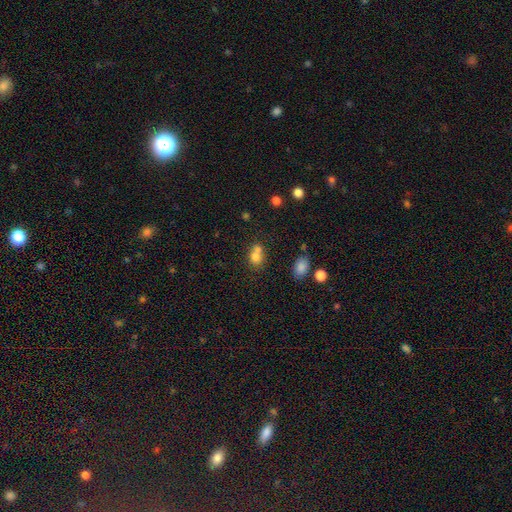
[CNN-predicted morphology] A smooth galaxy with no disk features (75%) that is in between round and cigar-shaped (52%). Merging: merger (54%).